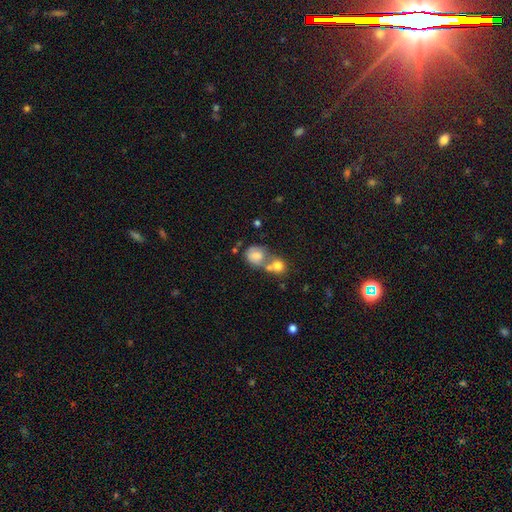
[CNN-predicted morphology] Q: Smooth or featured?
A: smooth (70%); runner-up: featured or disk (20%)
Q: How rounded?
A: round (69%); runner-up: in between (30%)
Q: Merging?
A: merger (53%); runner-up: none (29%)